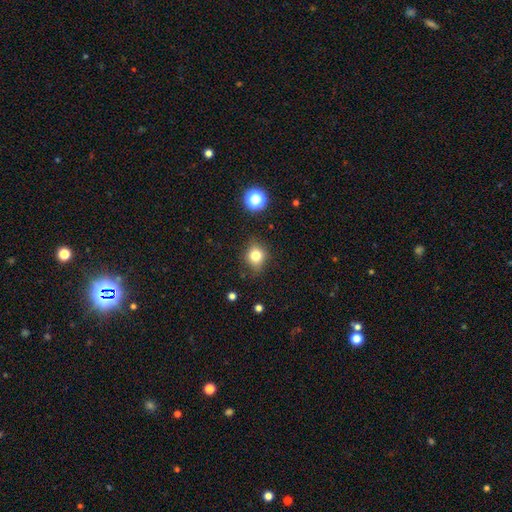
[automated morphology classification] Smooth or featured?
  - smooth: 78% *
  - star or artifact: 13%
  - featured or disk: 9%
How rounded?
  - round: 70% *
  - in between: 29%
  - cigar-shaped: 1%
Merging?
  - none: 79% *
  - minor disturbance: 16%
  - major disturbance: 4%
  - merger: 2%